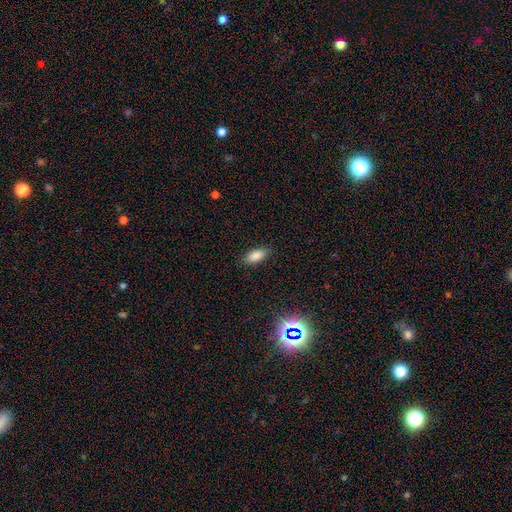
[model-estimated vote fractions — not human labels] smooth 85%, star or artifact 9%, featured or disk 6%. Down the decision tree: how rounded — in between (84%); merging — none (87%).